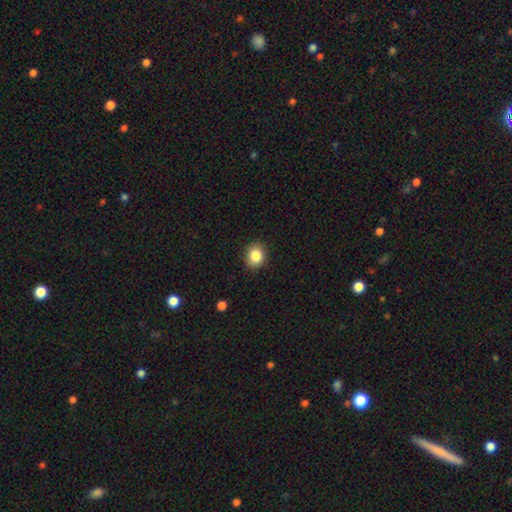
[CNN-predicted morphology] Overall: smooth (86%). How rounded: round (58%; in between 41%). Merging: none (88%).